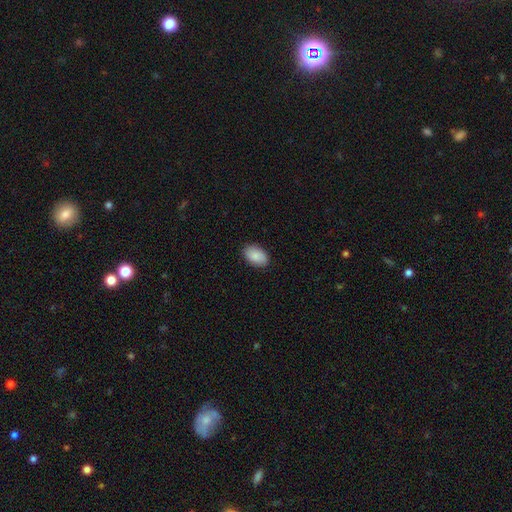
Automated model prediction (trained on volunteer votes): A smooth galaxy with no disk features (89%) that is in between round and cigar-shaped (91%).

Vote fractions:
- Smooth or featured? smooth: 89% / star or artifact: 6% / featured or disk: 5%
- How rounded? in between: 91% / round: 8% / cigar-shaped: 1%
- Merging? none: 88% / minor disturbance: 9% / major disturbance: 2% / merger: 1%